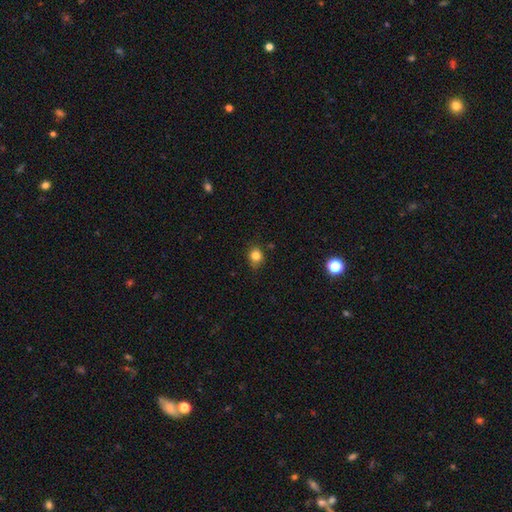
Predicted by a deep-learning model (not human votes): Smooth or featured: smooth — 82% (star or artifact — 12%)
How rounded: round — 64% (in between — 35%)
Merging: none — 75% (minor disturbance — 19%)